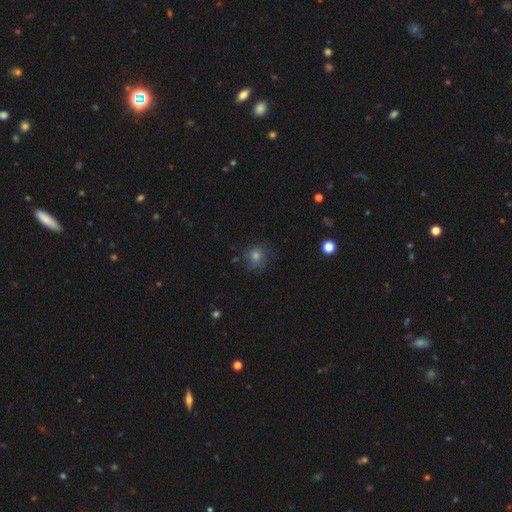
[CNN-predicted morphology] Smooth or featured? smooth (62%)
How rounded? round (83%)
Merging? none (77%)